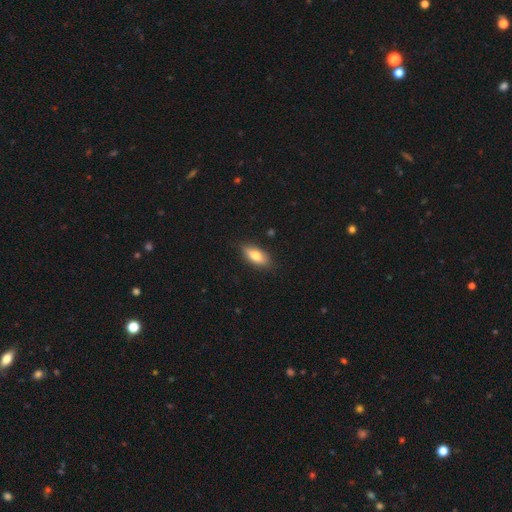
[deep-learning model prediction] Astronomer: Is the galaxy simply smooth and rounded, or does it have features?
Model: smooth — 71%.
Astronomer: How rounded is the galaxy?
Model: in between — 79%.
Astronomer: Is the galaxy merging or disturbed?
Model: none — 82%.